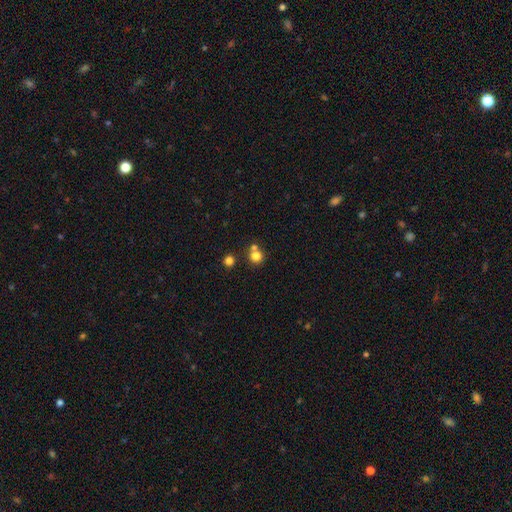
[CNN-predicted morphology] A smooth galaxy with no disk features (79%) that is round (90%). Merging: none (60%).